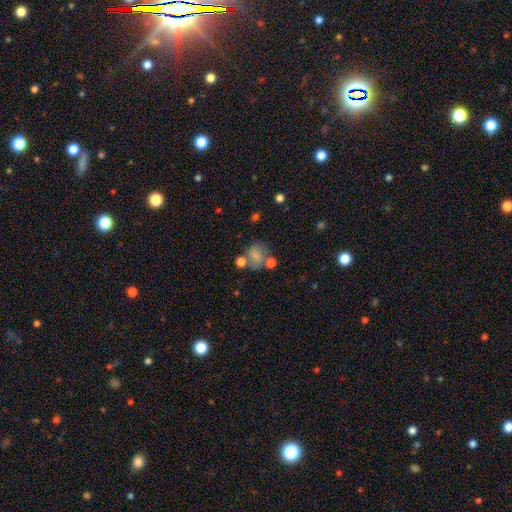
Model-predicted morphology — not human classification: Q: Smooth or featured?
A: smooth (67%); runner-up: featured or disk (19%)
Q: How rounded?
A: round (60%); runner-up: in between (39%)
Q: Merging?
A: none (49%); runner-up: minor disturbance (20%)